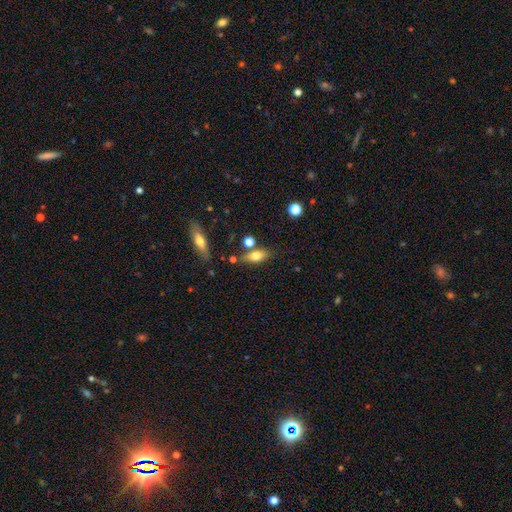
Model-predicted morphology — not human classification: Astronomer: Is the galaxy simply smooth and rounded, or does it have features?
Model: smooth — 76%.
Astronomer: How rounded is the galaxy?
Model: in between — 78%.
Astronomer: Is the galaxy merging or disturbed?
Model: none — 67%.